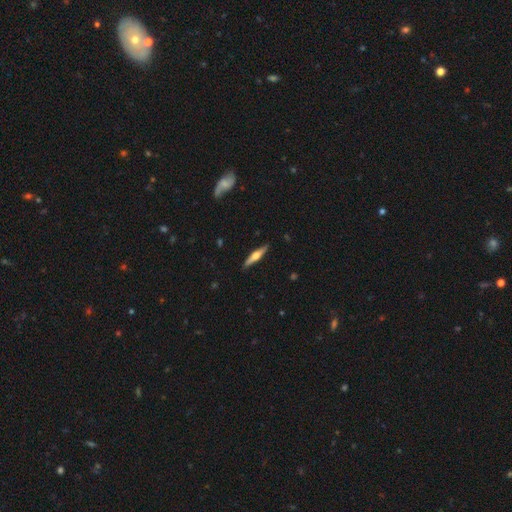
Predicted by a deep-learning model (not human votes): Smooth or featured?
  - featured or disk: 63% *
  - smooth: 32%
  - star or artifact: 5%
Edge-on disk?
  - yes: 96% *
  - no: 4%
Edge-on bulge?
  - rounded: 92% *
  - boxy: 4%
  - none: 3%
Merging?
  - none: 90% *
  - minor disturbance: 8%
  - major disturbance: 2%
  - merger: 1%